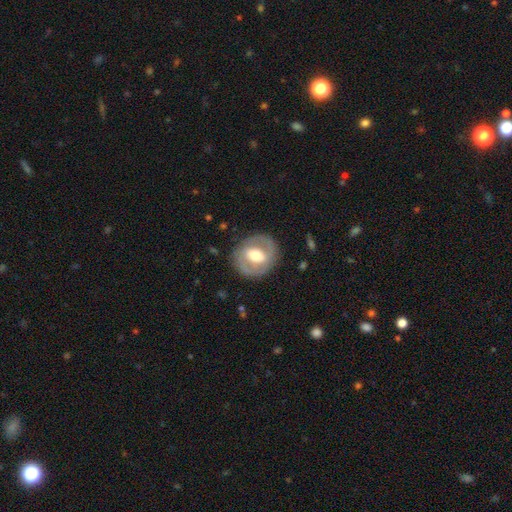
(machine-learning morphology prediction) Smooth or featured: featured or disk — 62% (smooth — 33%)
Edge-on disk: no — 96% (yes — 4%)
Bar: weak — 42% (strong — 31%)
Spiral arms: yes — 50% (tied with no — 50%)
Bulge size: moderate — 65% (large — 22%)
Merging: none — 83% (minor disturbance — 10%)